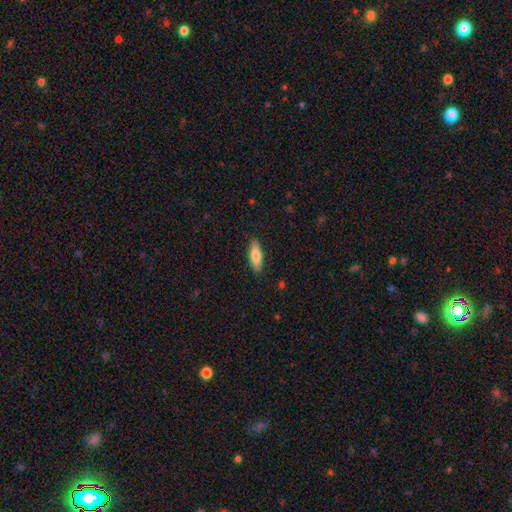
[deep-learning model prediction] smooth 75%, featured or disk 19%, star or artifact 6%. Down the decision tree: how rounded — cigar-shaped (49%, tied with in between); merging — none (88%).